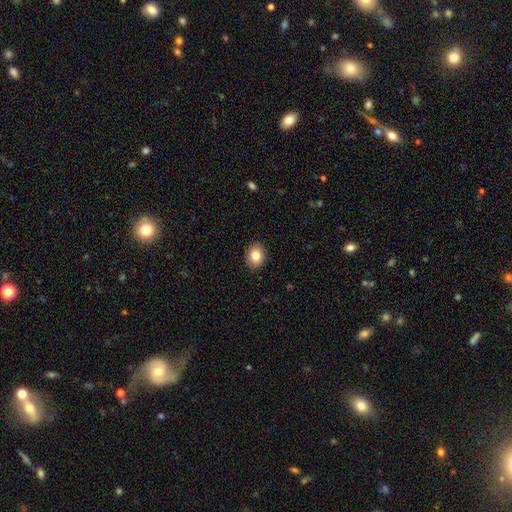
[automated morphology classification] This appears to be a smooth galaxy with no disk features (83%) that is round (52%). Merging: none (91%).